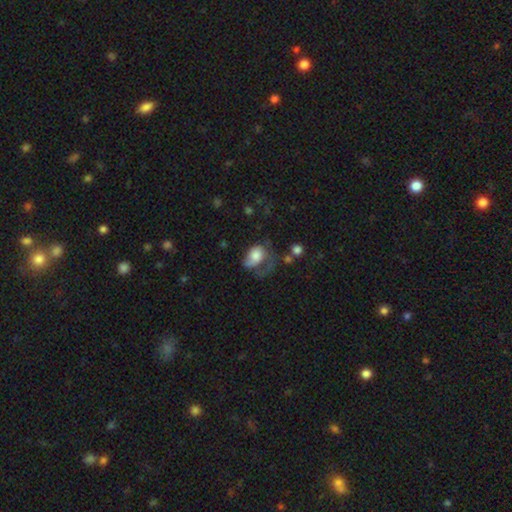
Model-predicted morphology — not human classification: A smooth galaxy with no disk features (55%) that is in between round and cigar-shaped (67%).

Vote fractions:
- Smooth or featured? smooth: 55% / featured or disk: 37% / star or artifact: 9%
- How rounded? in between: 67% / round: 31% / cigar-shaped: 1%
- Merging? major disturbance: 53% / none: 22% / minor disturbance: 19% / merger: 6%